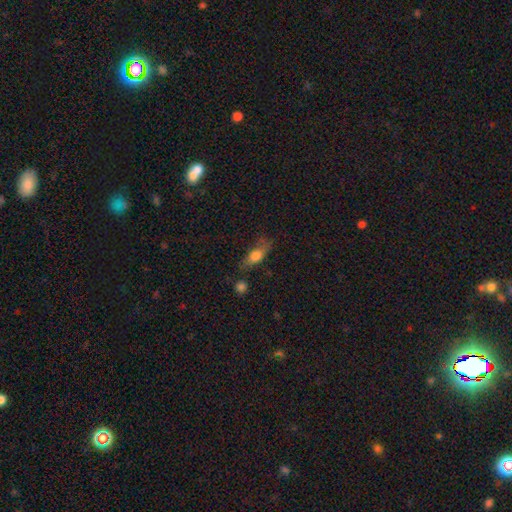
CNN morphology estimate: smooth 66%, featured or disk 25%, star or artifact 8%. Down the decision tree: how rounded — in between (64%); merging — none (58%).